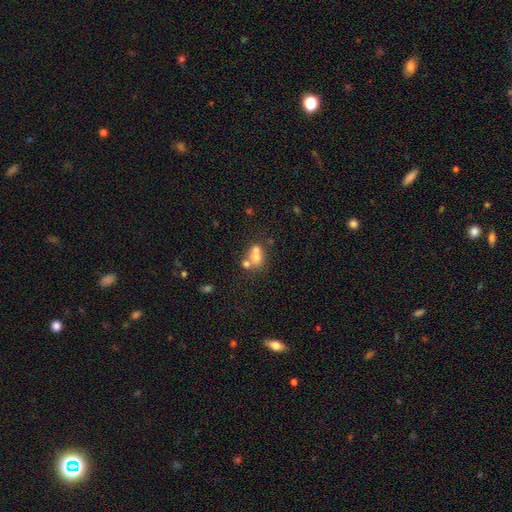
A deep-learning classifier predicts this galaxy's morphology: smooth-or-featured: smooth: 61% | featured or disk: 25% | star or artifact: 14%
  how-rounded: round: 60% | in between: 38% | cigar-shaped: 1%
  merging: merger: 57% | none: 31% | minor disturbance: 8% | major disturbance: 5%